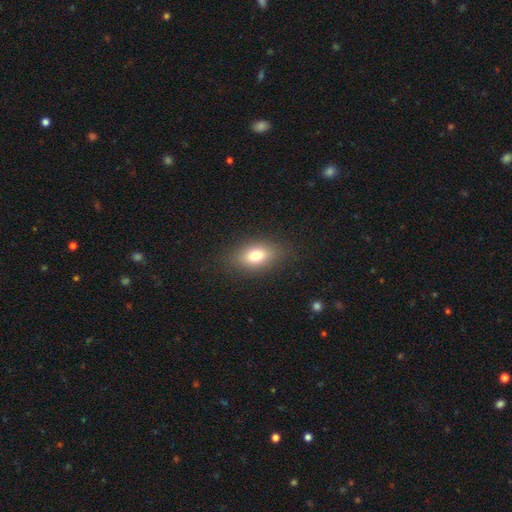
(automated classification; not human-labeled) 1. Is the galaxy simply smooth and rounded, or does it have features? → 76% smooth, 14% featured or disk, 10% star or artifact.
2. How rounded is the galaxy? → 82% in between, 15% round, 4% cigar-shaped.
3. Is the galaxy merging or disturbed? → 84% none, 11% minor disturbance, 4% major disturbance, 1% merger.